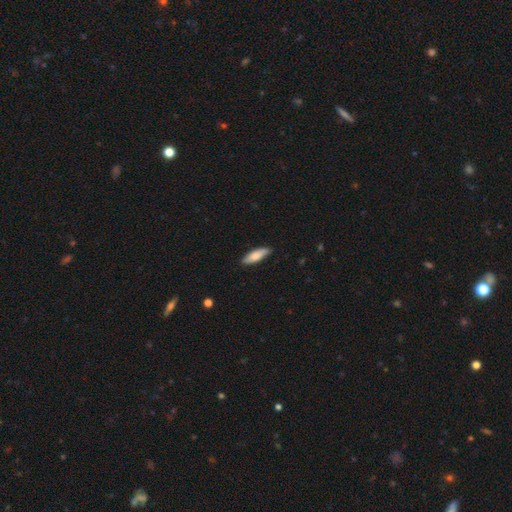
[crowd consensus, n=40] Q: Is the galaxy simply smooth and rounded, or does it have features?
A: smooth — 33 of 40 (82%).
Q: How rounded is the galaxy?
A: in between — 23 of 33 (70%).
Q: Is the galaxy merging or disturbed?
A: none — 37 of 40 (92%).